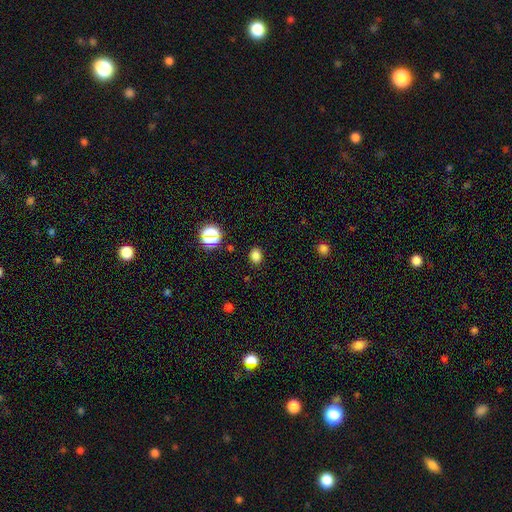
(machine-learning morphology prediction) This appears to be a smooth galaxy with no disk features (78%) that is in between round and cigar-shaped (57%). Merging: none (87%).